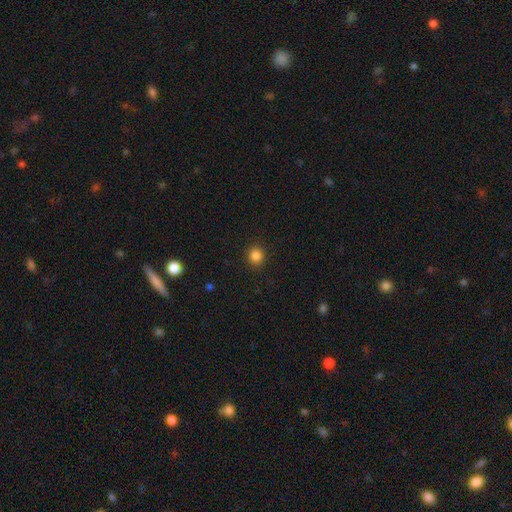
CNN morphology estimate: Smooth or featured? Predicted: smooth (p=0.84). How rounded? Predicted: round (p=0.89). Merging? Predicted: none (p=0.91).